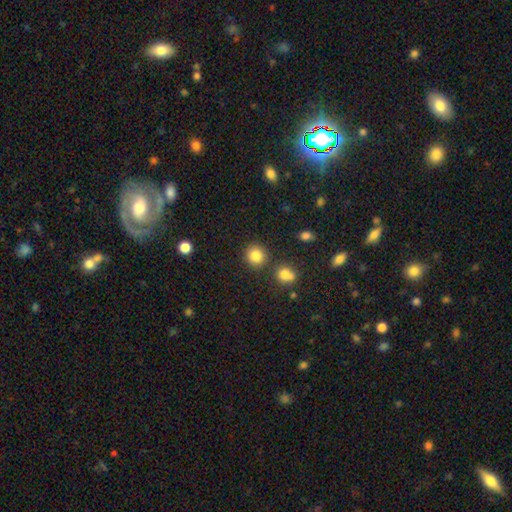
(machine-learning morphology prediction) The model was most divided on "smooth or featured": smooth: 83%, star or artifact: 11%, featured or disk: 5%. More confident: how rounded — round (89%); merging — none (82%).